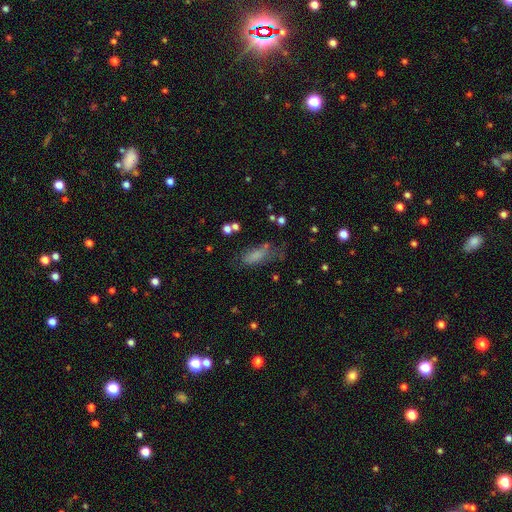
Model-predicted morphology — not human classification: A smooth galaxy with no disk features (73%) that is in between round and cigar-shaped (73%).

Vote fractions:
- Smooth or featured? smooth: 73% / featured or disk: 16% / star or artifact: 12%
- How rounded? in between: 73% / cigar-shaped: 23% / round: 3%
- Merging? none: 47% / minor disturbance: 28% / major disturbance: 19% / merger: 5%